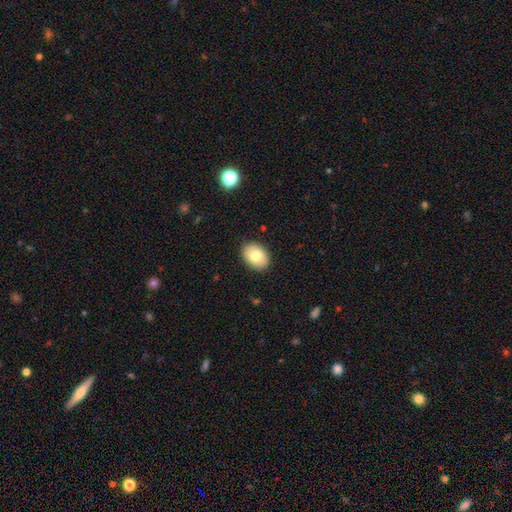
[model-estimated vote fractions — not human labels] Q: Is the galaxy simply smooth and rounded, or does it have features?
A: smooth — 78%.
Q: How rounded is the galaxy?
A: in between — 75%.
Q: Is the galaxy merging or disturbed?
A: none — 88%.